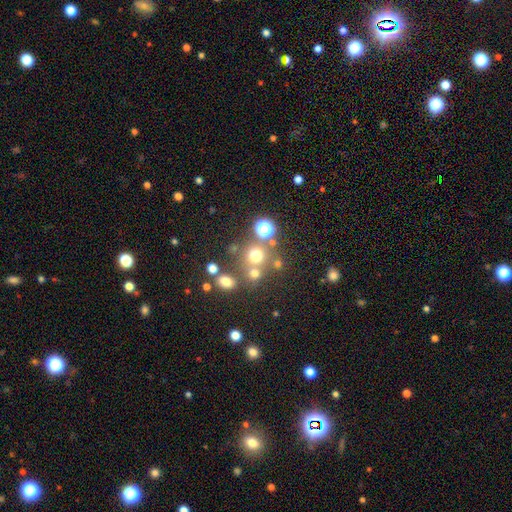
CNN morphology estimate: smooth-or-featured: smooth: 65% | star or artifact: 23% | featured or disk: 11%
  how-rounded: round: 87% | in between: 12% | cigar-shaped: 1%
  merging: none: 63% | merger: 24% | minor disturbance: 9% | major disturbance: 5%